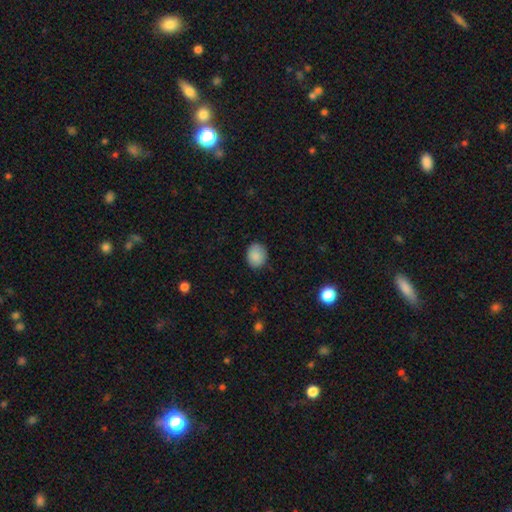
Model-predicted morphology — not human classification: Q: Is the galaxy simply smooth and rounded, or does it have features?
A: smooth — 88%.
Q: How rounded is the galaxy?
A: round — 53%.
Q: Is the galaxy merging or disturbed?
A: none — 84%.